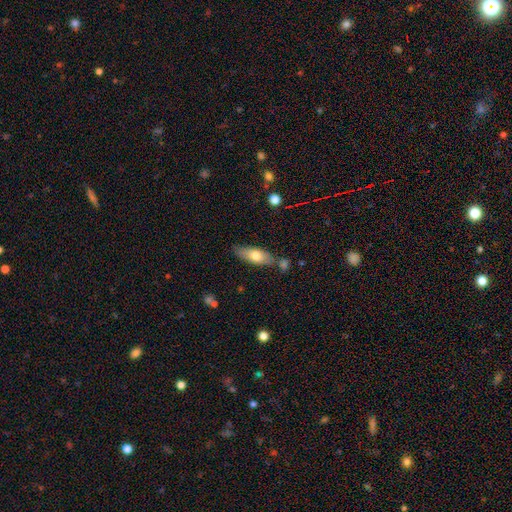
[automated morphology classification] smooth-or-featured: smooth: 68% | featured or disk: 26% | star or artifact: 6%
  how-rounded: in between: 68% | cigar-shaped: 30% | round: 2%
  merging: none: 70% | minor disturbance: 17% | merger: 10% | major disturbance: 3%